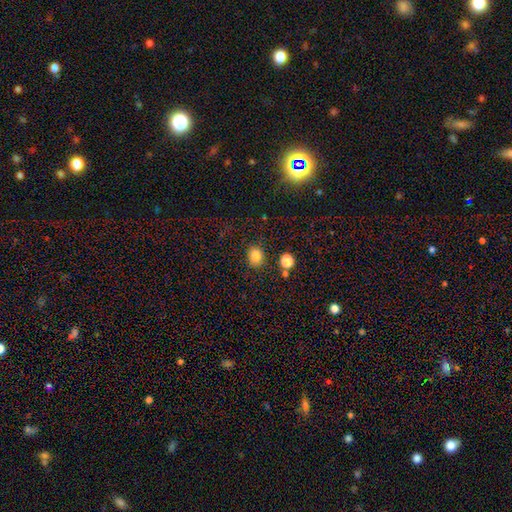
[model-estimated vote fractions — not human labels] The model was most divided on "how rounded": round: 59%, in between: 40%, cigar-shaped: 1%. More confident: smooth or featured — smooth (82%); merging — none (82%).